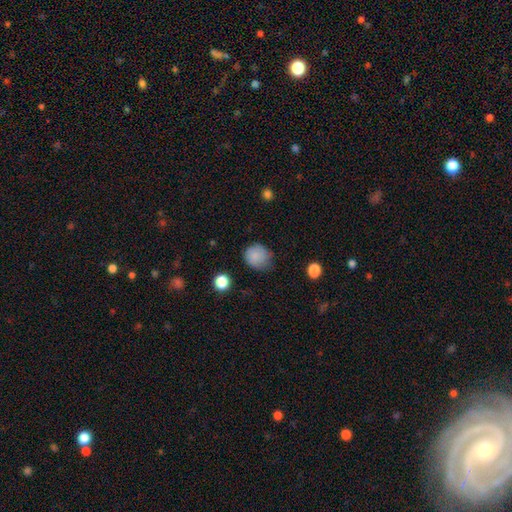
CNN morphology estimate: Q: Smooth or featured?
A: smooth (84%); runner-up: star or artifact (9%)
Q: How rounded?
A: round (80%); runner-up: in between (19%)
Q: Merging?
A: none (62%); runner-up: minor disturbance (30%)